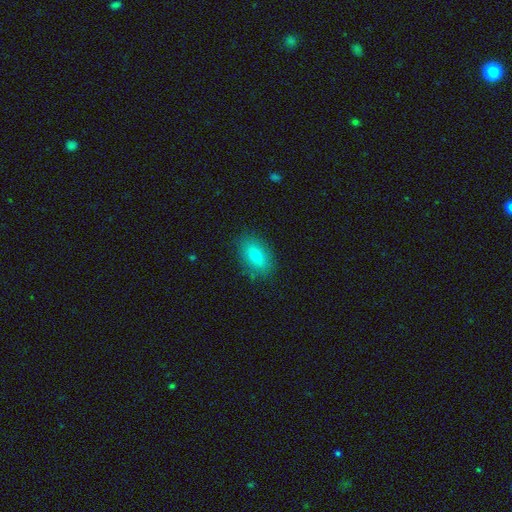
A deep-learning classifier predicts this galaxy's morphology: Smooth or featured? Predicted: smooth (p=0.75). How rounded? Predicted: in between (p=0.85). Merging? Predicted: none (p=0.84).